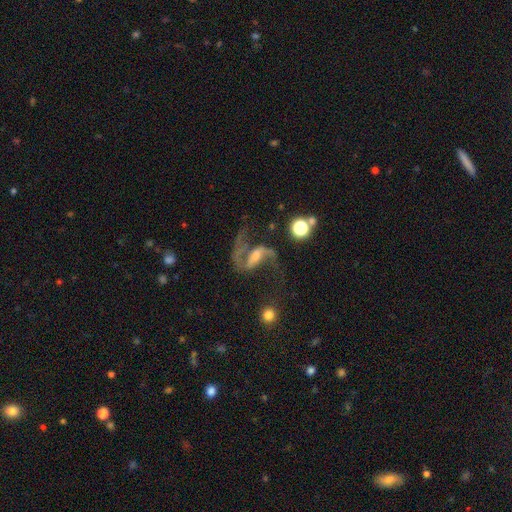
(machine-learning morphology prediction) This is clearly a featured or disk galaxy (87%). It is clearly not viewed edge-on (96%). Bar: marginally weak (42%). Spiral arm pattern: clearly yes (96%). Spiral arm count: clearly 2 (90%). Spiral winding: likely loose (68%). Central bulge: marginally moderate (38%). Merging: possibly none (56%).